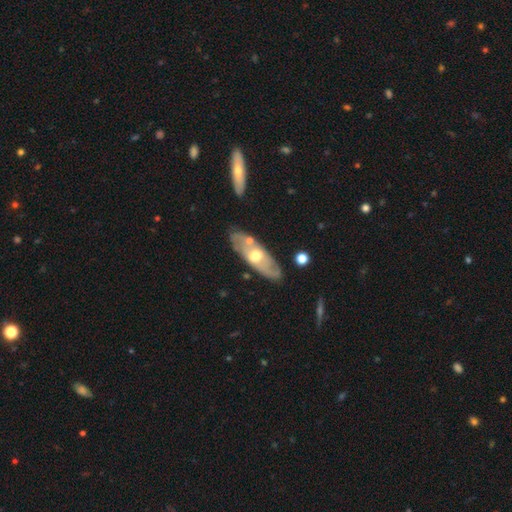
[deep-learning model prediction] This is likely a featured or disk galaxy (61%). It is likely not viewed edge-on (73%). Merging: likely none (77%).